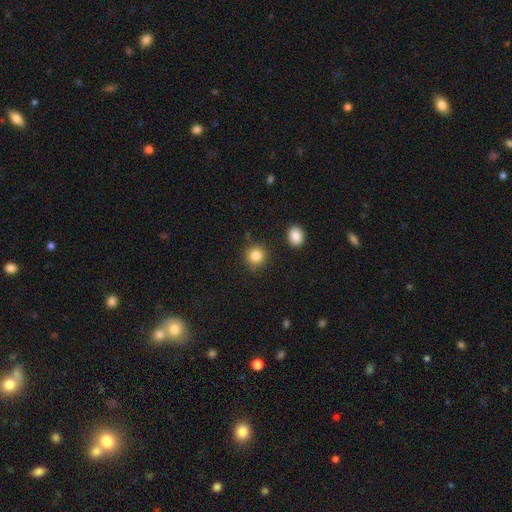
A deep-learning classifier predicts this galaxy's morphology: Overall: smooth (86%). How rounded: round (91%). Merging: none (86%).